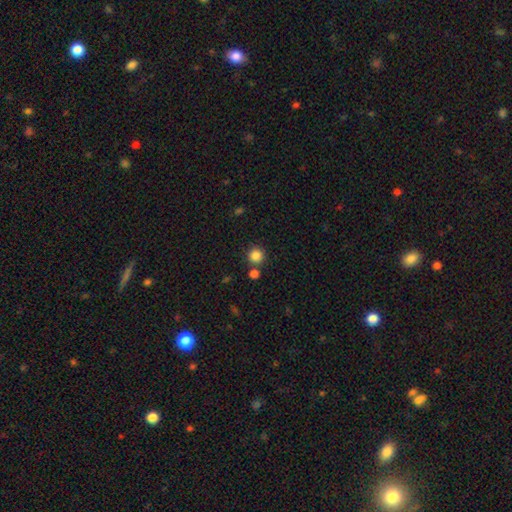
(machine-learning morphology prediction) Smooth or featured? Predicted: smooth (p=0.85). How rounded? Predicted: round (p=0.93). Merging? Predicted: none (p=0.79).